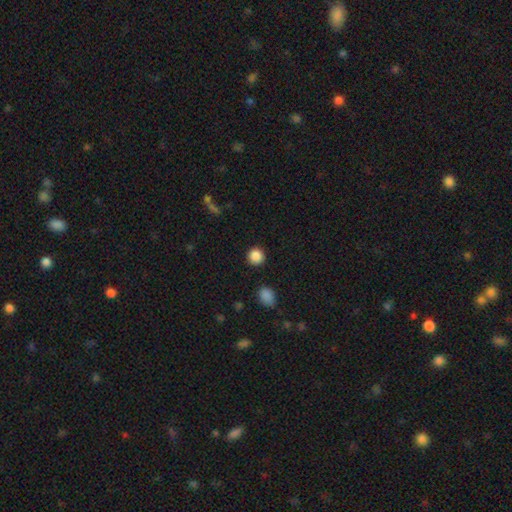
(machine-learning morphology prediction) smooth-or-featured: smooth: 87% | star or artifact: 9% | featured or disk: 3%
  how-rounded: round: 93% | in between: 6% | cigar-shaped: 1%
  merging: none: 91% | minor disturbance: 5% | major disturbance: 2% | merger: 2%